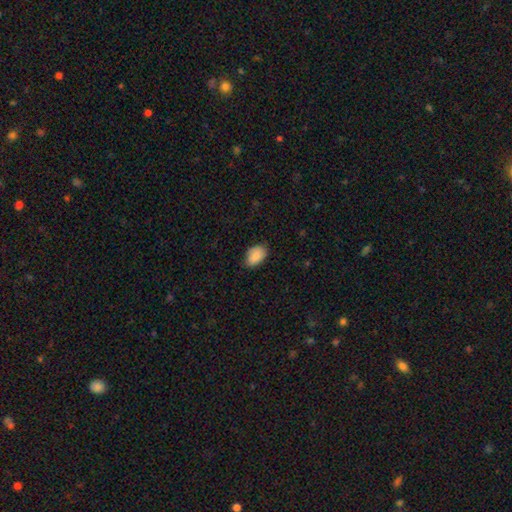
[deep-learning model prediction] Smooth or featured: smooth — 87% (star or artifact — 7%)
How rounded: in between — 89% (round — 10%)
Merging: none — 77% (minor disturbance — 19%)